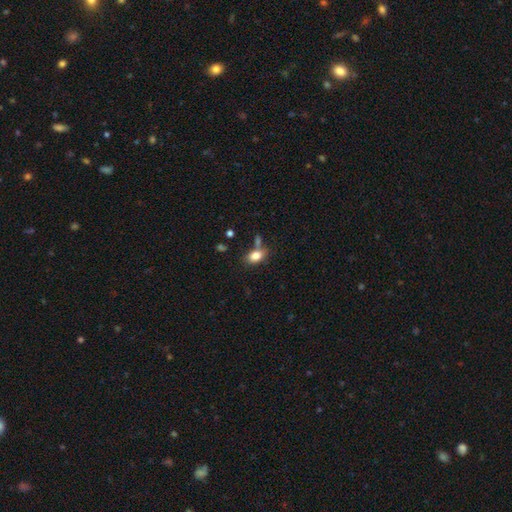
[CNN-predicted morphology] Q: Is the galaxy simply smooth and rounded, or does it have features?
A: smooth — 82%.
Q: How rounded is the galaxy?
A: in between — 85%.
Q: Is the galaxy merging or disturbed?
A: none — 63%.